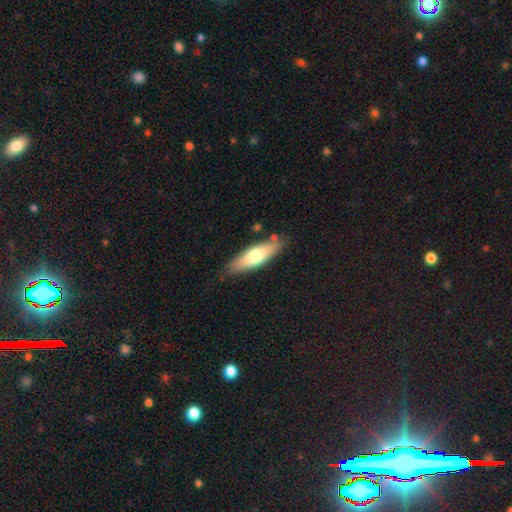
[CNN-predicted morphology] The model was most divided on "how rounded": cigar-shaped: 57%, in between: 41%, round: 2%. More confident: merging — none (81%); smooth or featured — smooth (63%).